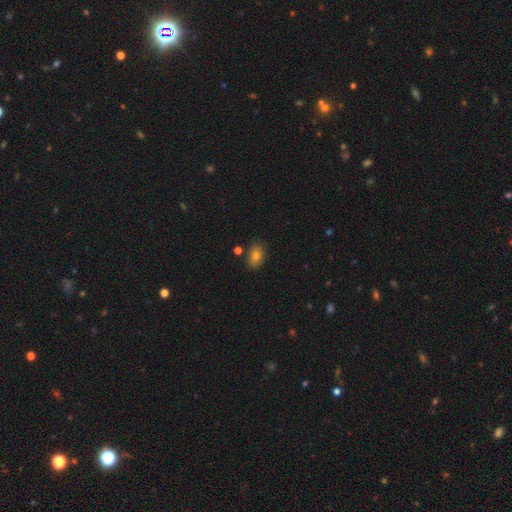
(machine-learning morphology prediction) A smooth galaxy with no disk features (80%) that is in between round and cigar-shaped (81%).

Vote fractions:
- Smooth or featured? smooth: 80% / star or artifact: 11% / featured or disk: 8%
- How rounded? in between: 81% / round: 17% / cigar-shaped: 1%
- Merging? none: 81% / minor disturbance: 12% / merger: 4% / major disturbance: 3%